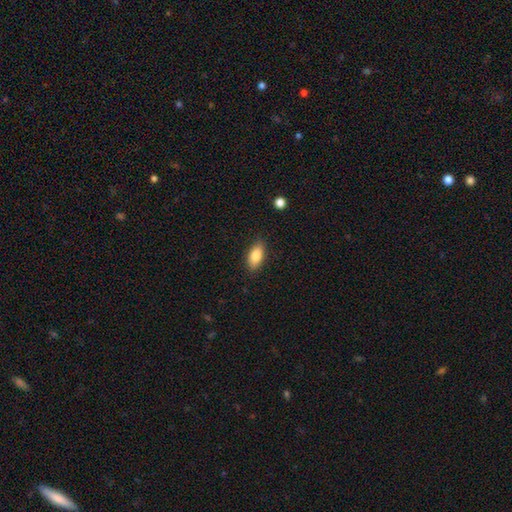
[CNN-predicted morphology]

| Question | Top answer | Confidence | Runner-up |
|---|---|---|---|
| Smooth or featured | smooth | 83% | featured or disk (10%) |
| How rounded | in between | 88% | cigar-shaped (8%) |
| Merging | none | 86% | minor disturbance (10%) |